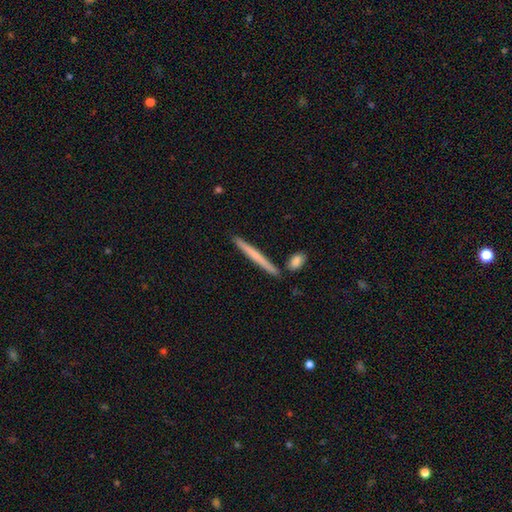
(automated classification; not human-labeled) Smooth or featured: smooth — 56% (featured or disk — 39%)
How rounded: cigar-shaped — 96% (in between — 2%)
Merging: none — 85% (minor disturbance — 8%)